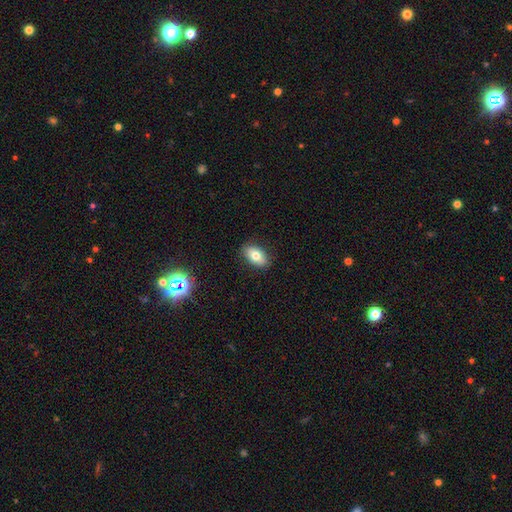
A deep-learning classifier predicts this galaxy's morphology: Smooth or featured? Predicted: smooth (p=0.76). How rounded? Predicted: in between (p=0.90). Merging? Predicted: none (p=0.87).